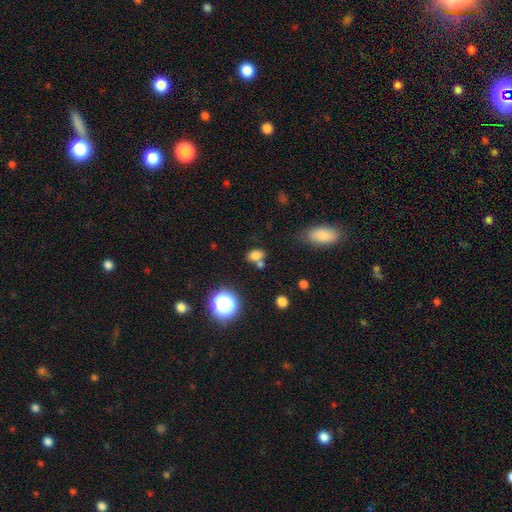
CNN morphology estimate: Smooth or featured? Predicted: smooth (p=0.75). How rounded? Predicted: in between (p=0.74). Merging? Predicted: none (p=0.58).